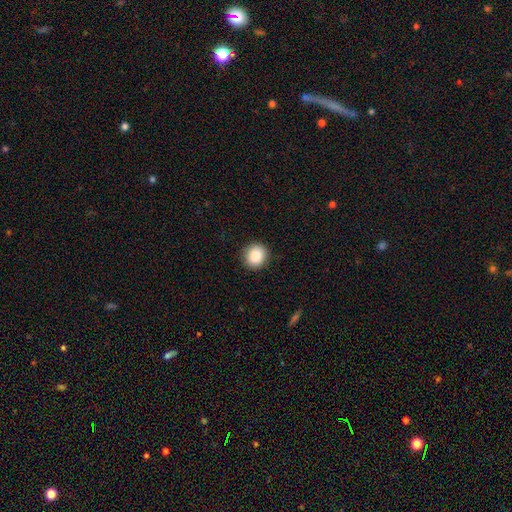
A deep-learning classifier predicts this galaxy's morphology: A smooth galaxy with no disk features (88%) that is round (88%).

Vote fractions:
- Smooth or featured? smooth: 88% / star or artifact: 8% / featured or disk: 4%
- How rounded? round: 88% / in between: 11% / cigar-shaped: 1%
- Merging? none: 90% / minor disturbance: 7% / major disturbance: 2% / merger: 1%